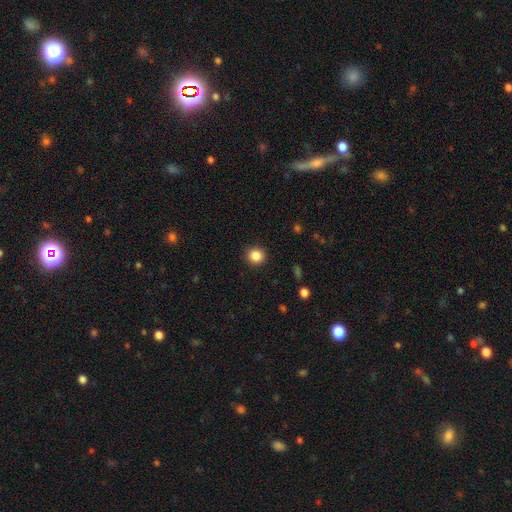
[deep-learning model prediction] This is clearly a smooth galaxy (86%). How rounded: clearly round (92%). Merging: clearly none (91%).